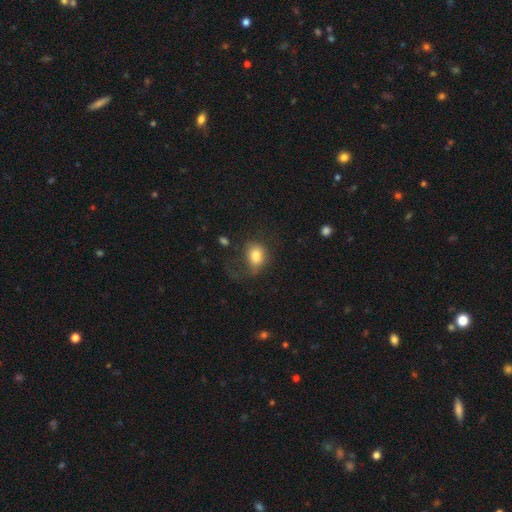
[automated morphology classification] smooth 79%, featured or disk 12%, star or artifact 9%. Down the decision tree: how rounded — in between (62%); merging — none (37%, tied with major disturbance).